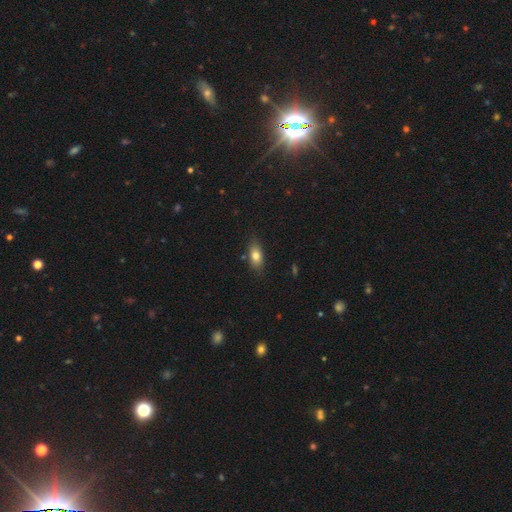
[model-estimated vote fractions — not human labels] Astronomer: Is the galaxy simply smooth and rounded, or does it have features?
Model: smooth — 79%.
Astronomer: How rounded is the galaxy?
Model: in between — 85%.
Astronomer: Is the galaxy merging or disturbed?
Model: none — 81%.